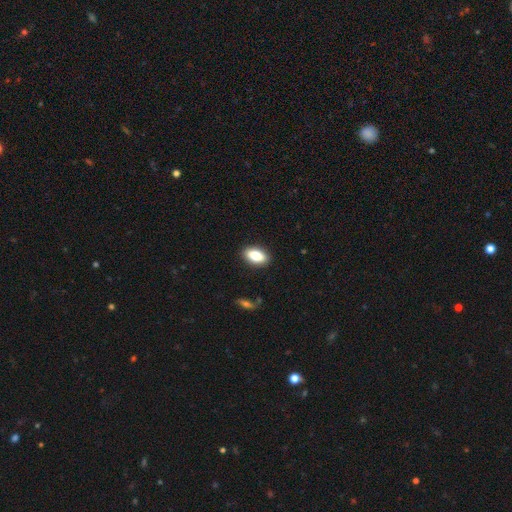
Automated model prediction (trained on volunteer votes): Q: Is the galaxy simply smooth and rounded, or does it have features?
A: smooth — 80%.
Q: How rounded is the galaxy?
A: in between — 90%.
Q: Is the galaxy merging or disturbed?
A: none — 89%.